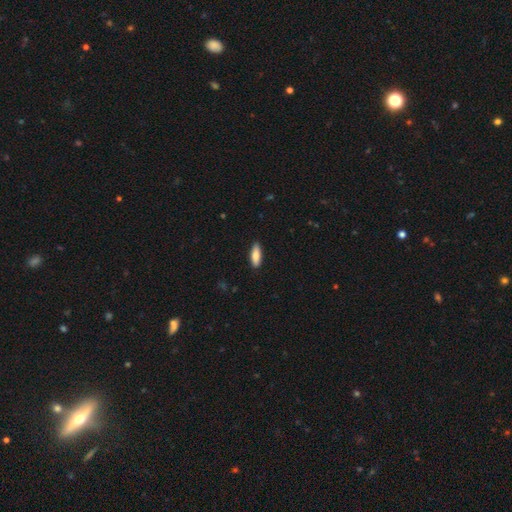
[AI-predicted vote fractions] smooth_or_featured: smooth (p=0.83) [alt: featured or disk p=0.12]
how_rounded: in between (p=0.57) [alt: cigar-shaped p=0.41]
merging: none (p=0.89) [alt: minor disturbance p=0.09]